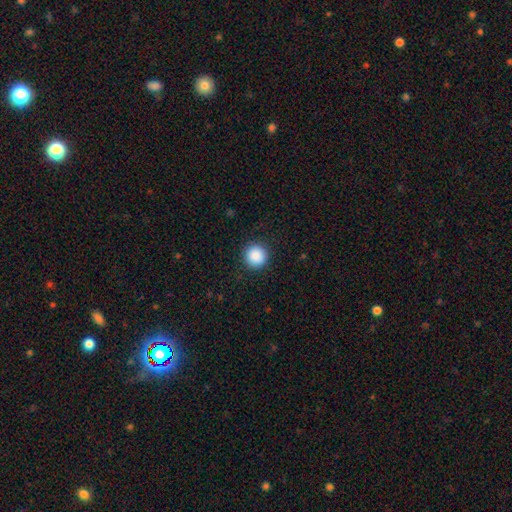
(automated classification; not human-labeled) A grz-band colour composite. It shows a smooth galaxy with no disk features (88%) that is round (96%). Merging: none (92%).